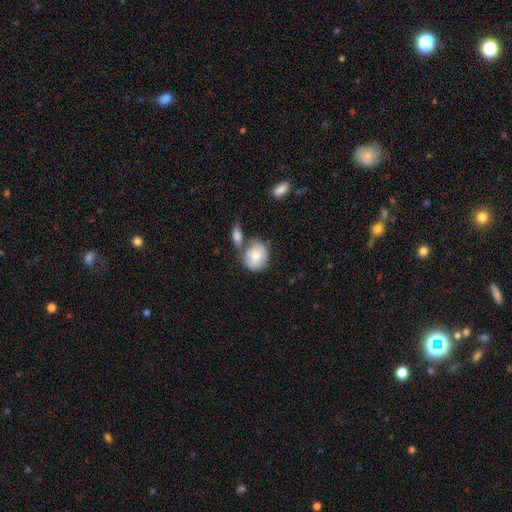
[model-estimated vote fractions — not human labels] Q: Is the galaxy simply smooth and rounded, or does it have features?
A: smooth — 75%.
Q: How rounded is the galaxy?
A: round — 68%.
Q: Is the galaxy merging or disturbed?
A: none — 45%.